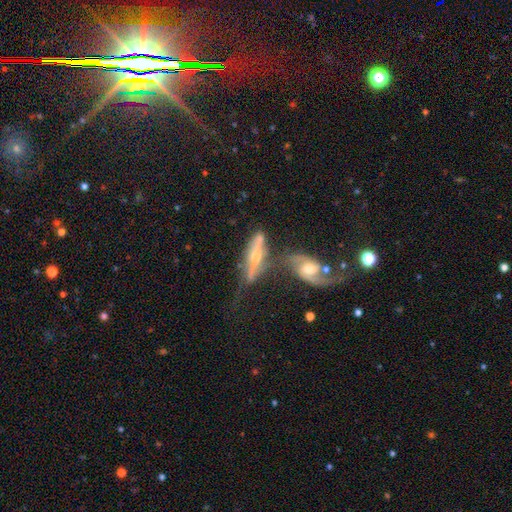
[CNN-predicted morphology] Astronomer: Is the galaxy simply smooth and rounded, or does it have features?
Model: featured or disk — 68%.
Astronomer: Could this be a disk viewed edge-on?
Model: yes — 59% (runner-up: no, 41%).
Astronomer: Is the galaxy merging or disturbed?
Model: merger — 45% (runner-up: none, 26%).